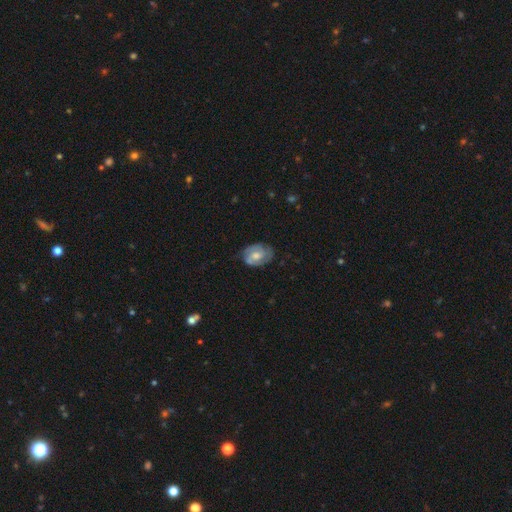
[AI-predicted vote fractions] This is likely a featured or disk galaxy (67%). It is clearly not viewed edge-on (97%). Bar: possibly no (51%). Spiral arm pattern: clearly yes (89%). Spiral arm count: likely 2 (68%). Spiral winding: possibly tight (48%). Central bulge: likely moderate (62%). Merging: likely none (69%).